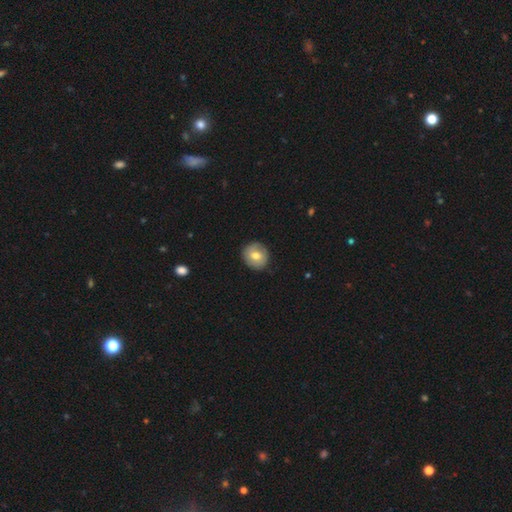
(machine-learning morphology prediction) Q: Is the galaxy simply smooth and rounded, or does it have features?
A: smooth — 70%.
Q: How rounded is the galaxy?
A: round — 87%.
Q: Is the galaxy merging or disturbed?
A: none — 87%.